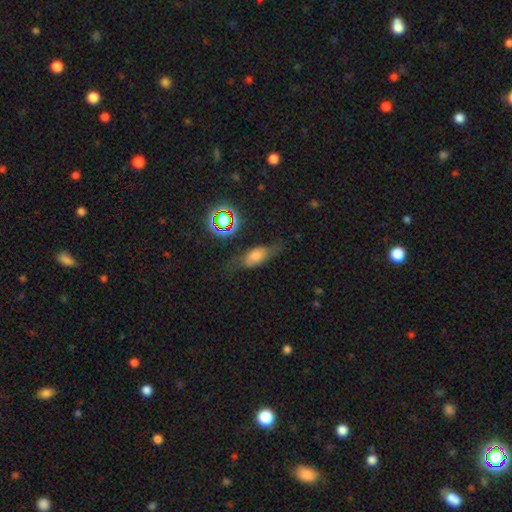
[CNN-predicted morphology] Overall: smooth (53%; featured or disk 33%). How rounded: in between (74%). Merging: none (59%; minor disturbance 25%).